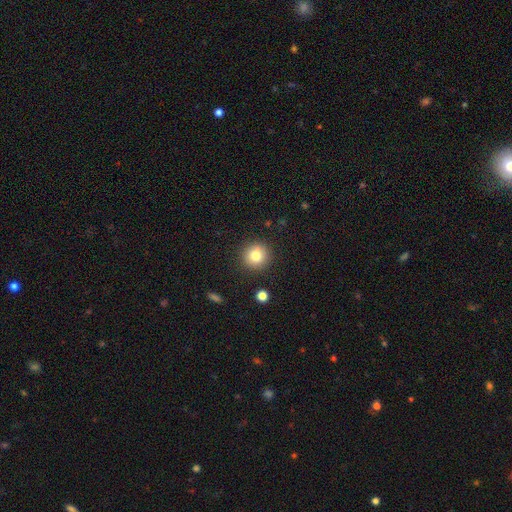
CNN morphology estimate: A smooth galaxy with no disk features (80%) that is round (93%).

Vote fractions:
- Smooth or featured? smooth: 80% / star or artifact: 11% / featured or disk: 9%
- How rounded? round: 93% / in between: 6% / cigar-shaped: 1%
- Merging? none: 89% / minor disturbance: 7% / major disturbance: 2% / merger: 2%